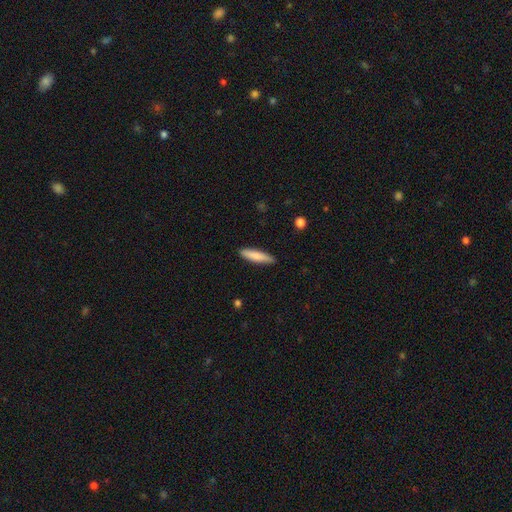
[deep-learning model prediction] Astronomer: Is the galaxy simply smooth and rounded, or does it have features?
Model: smooth — 81%.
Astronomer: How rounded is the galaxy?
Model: cigar-shaped — 82%.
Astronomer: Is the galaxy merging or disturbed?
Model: none — 88%.